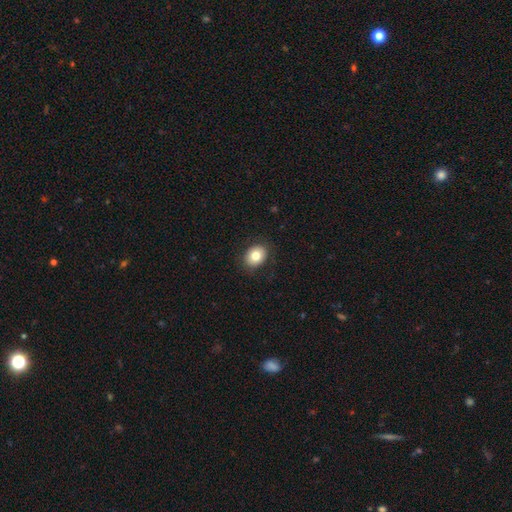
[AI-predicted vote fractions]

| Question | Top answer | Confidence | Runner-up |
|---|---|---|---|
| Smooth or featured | smooth | 81% | featured or disk (10%) |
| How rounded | in between | 59% | round (40%) |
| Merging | none | 88% | minor disturbance (9%) |